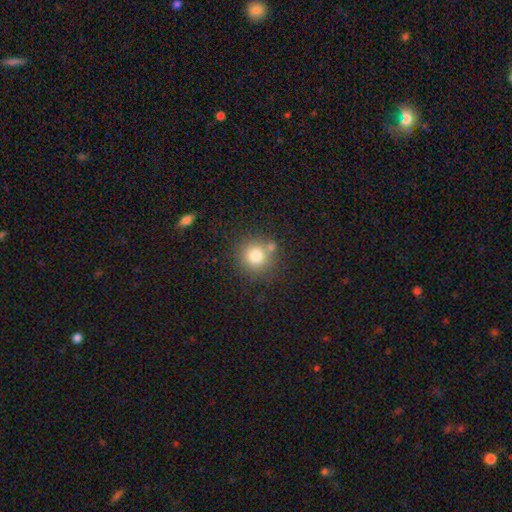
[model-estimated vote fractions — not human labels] Smooth or featured? Predicted: smooth (p=0.79). How rounded? Predicted: round (p=0.92). Merging? Predicted: none (p=0.70).